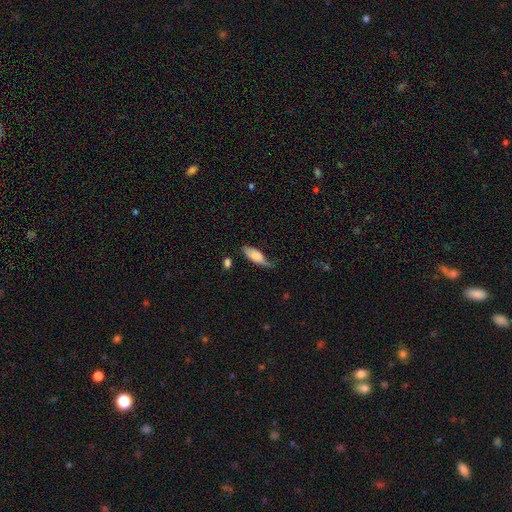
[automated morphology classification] This appears to be a smooth galaxy with no disk features (76%) that is in between round and cigar-shaped (81%). Merging: minor disturbance (40%).